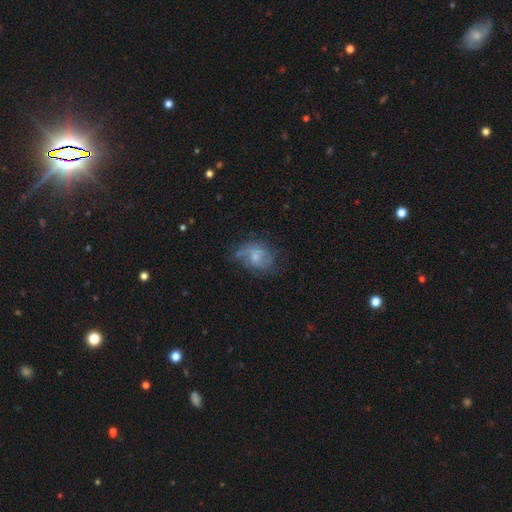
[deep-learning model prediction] This is possibly a featured or disk galaxy (45%, tied with smooth). Merging: possibly none (47%).